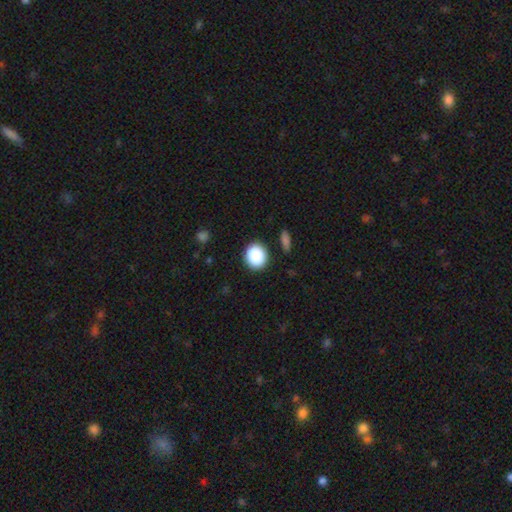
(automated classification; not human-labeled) Smooth or featured?
  - smooth: 89% *
  - star or artifact: 8%
  - featured or disk: 3%
How rounded?
  - round: 81% *
  - in between: 18%
  - cigar-shaped: 1%
Merging?
  - none: 88% *
  - minor disturbance: 8%
  - major disturbance: 2%
  - merger: 2%